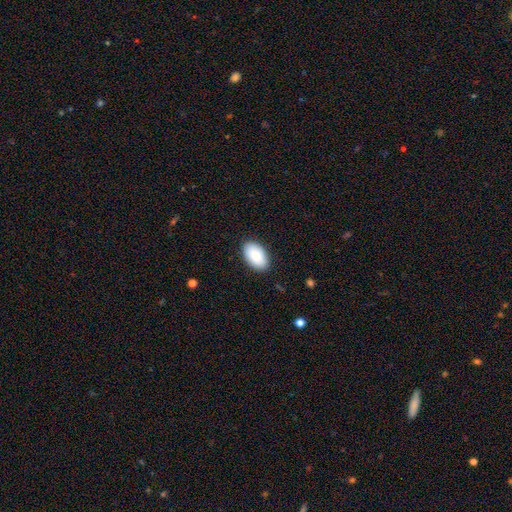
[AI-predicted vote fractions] Smooth or featured? Predicted: smooth (p=0.86). How rounded? Predicted: in between (p=0.94). Merging? Predicted: none (p=0.88).